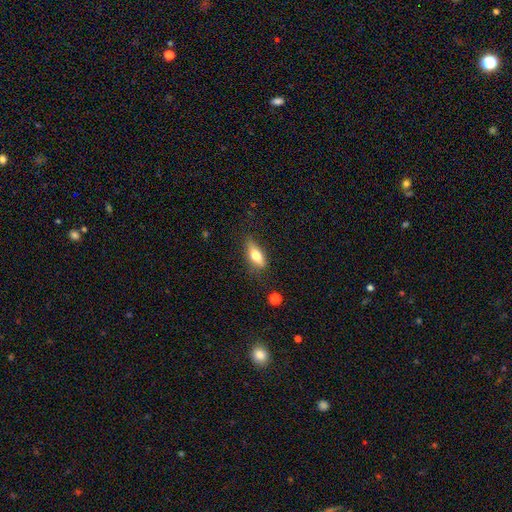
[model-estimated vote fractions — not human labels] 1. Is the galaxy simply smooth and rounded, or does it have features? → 67% smooth, 26% featured or disk, 7% star or artifact.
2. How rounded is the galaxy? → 66% in between, 31% cigar-shaped, 4% round.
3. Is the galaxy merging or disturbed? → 76% none, 18% minor disturbance, 5% major disturbance, 2% merger.